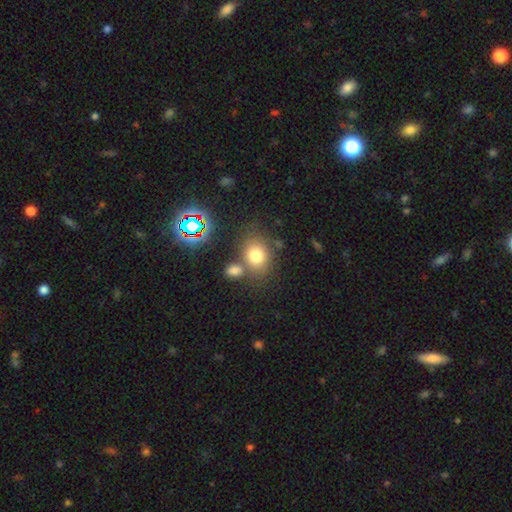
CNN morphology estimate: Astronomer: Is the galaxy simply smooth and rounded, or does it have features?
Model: smooth — 75%.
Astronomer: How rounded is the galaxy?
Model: round — 50% (runner-up: in between, 49%).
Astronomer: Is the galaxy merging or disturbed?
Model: none — 59%.